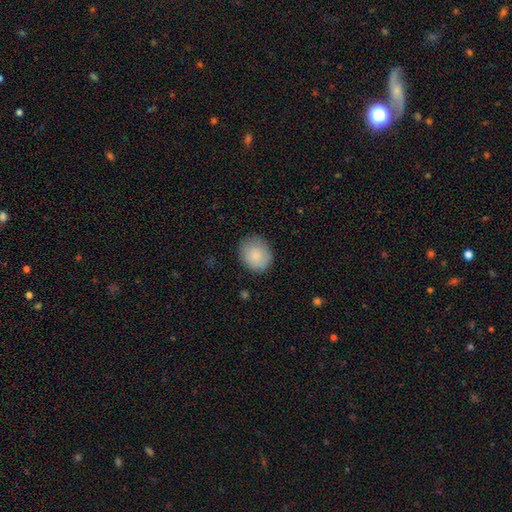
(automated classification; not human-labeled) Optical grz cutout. It shows a smooth galaxy with no disk features (85%) that is round (70%). Merging: none (82%).